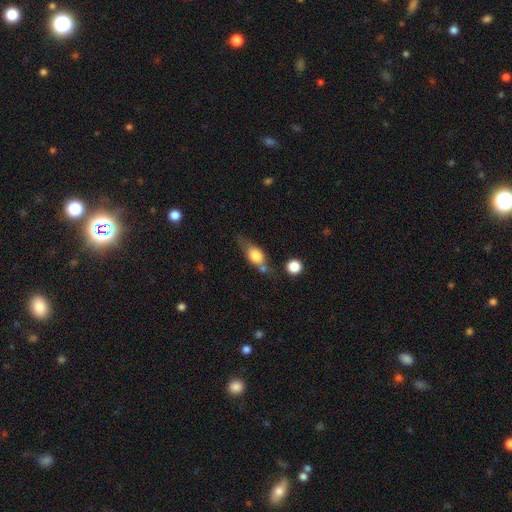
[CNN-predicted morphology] The model was most divided on "merging": none: 45%, minor disturbance: 22%, merger: 22%, major disturbance: 11%. More confident: smooth or featured — smooth (62%); how rounded — in between (60%).